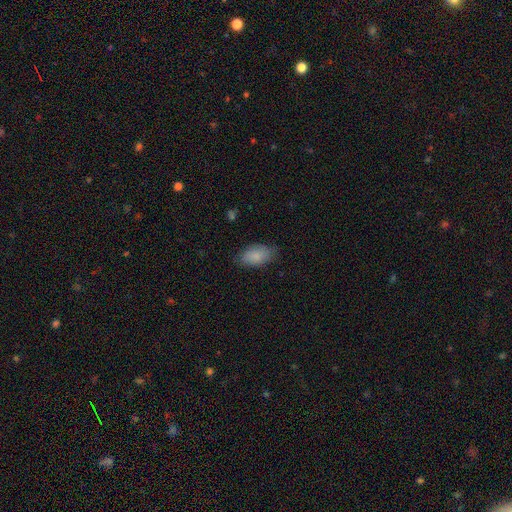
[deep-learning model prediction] This is clearly a smooth galaxy (85%). How rounded: clearly in between (93%). Merging: likely none (75%).